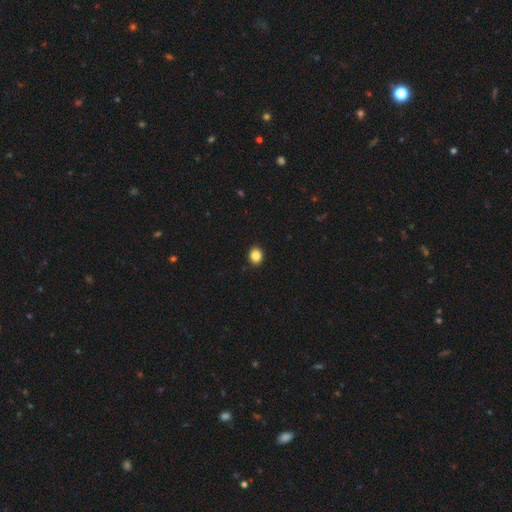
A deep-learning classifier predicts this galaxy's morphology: A smooth galaxy with no disk features (86%) that is round (59%). Merging: none (92%).